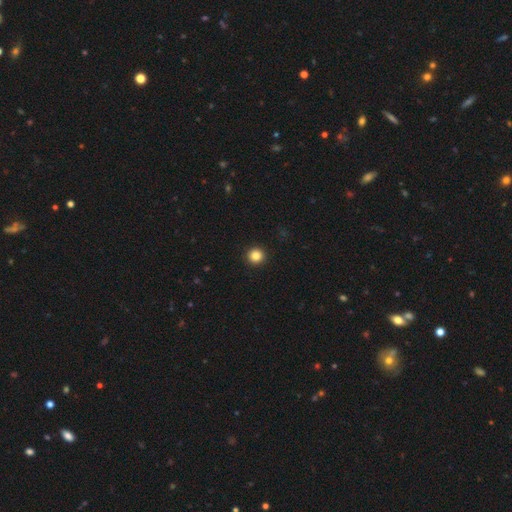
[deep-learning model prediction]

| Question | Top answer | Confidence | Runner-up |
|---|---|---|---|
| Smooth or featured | smooth | 85% | star or artifact (11%) |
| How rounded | round | 96% | in between (4%) |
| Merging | none | 94% | minor disturbance (4%) |